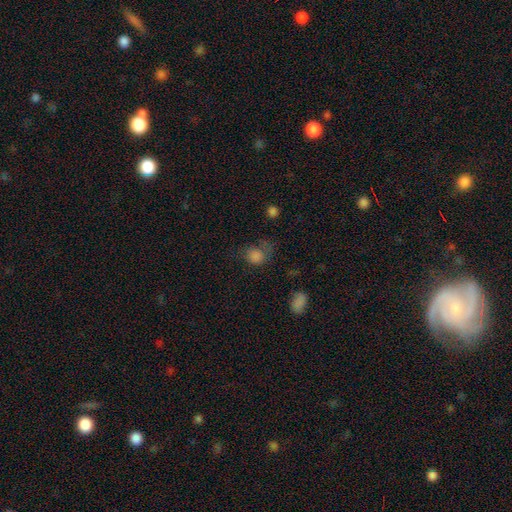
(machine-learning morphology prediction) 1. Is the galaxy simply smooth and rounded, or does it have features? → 75% smooth, 15% star or artifact, 10% featured or disk.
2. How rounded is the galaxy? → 72% round, 26% in between, 1% cigar-shaped.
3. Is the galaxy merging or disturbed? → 44% none, 27% major disturbance, 25% minor disturbance, 5% merger.